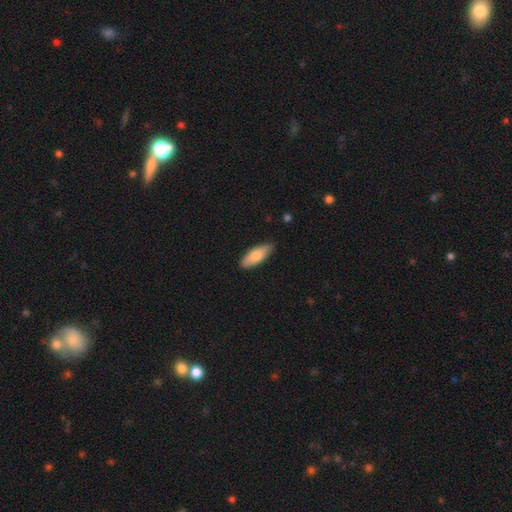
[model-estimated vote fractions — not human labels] Smooth or featured? Predicted: smooth (p=0.81). How rounded? Predicted: in between (p=0.73). Merging? Predicted: none (p=0.82).